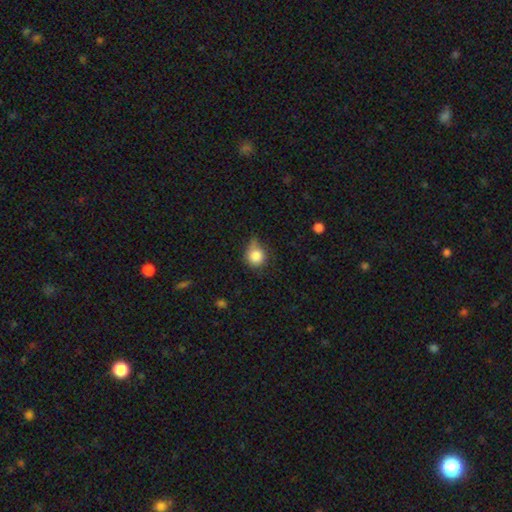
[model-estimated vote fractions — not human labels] Smooth or featured? Predicted: smooth (p=0.84). How rounded? Predicted: round (p=0.84). Merging? Predicted: none (p=0.47).